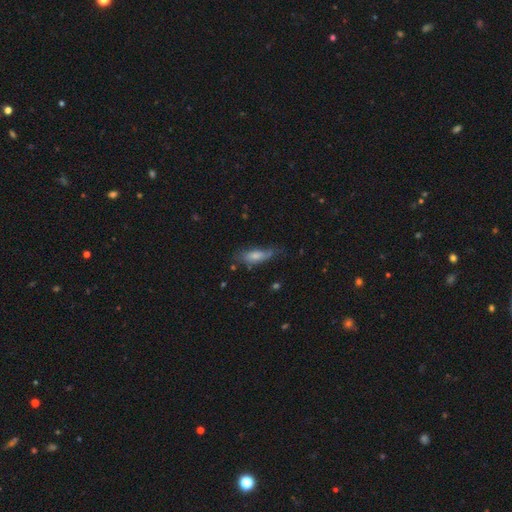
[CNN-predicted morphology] This appears to be a smooth galaxy with no disk features (68%) that is in between round and cigar-shaped (70%). Merging: none (49%).